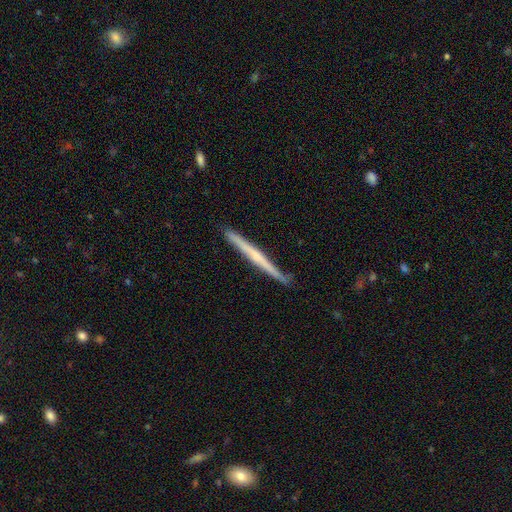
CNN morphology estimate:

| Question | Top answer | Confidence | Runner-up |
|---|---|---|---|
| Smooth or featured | featured or disk | 65% | smooth (29%) |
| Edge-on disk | yes | 97% | no (3%) |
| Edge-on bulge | none | 48% | rounded (46%) |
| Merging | none | 88% | minor disturbance (9%) |